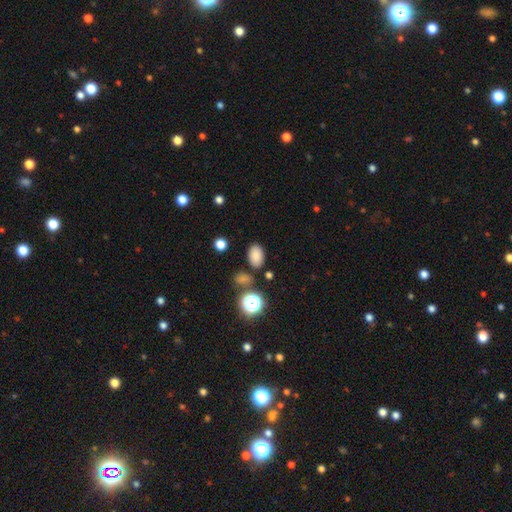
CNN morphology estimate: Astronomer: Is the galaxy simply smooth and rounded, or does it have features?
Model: smooth — 82%.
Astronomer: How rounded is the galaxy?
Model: in between — 86%.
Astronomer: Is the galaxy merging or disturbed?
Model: none — 79%.